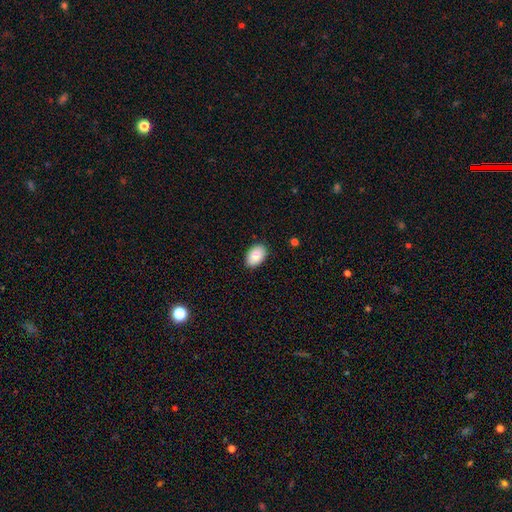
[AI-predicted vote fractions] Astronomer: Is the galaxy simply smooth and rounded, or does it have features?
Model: smooth — 85%.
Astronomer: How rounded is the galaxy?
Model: in between — 91%.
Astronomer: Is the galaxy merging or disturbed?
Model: none — 89%.